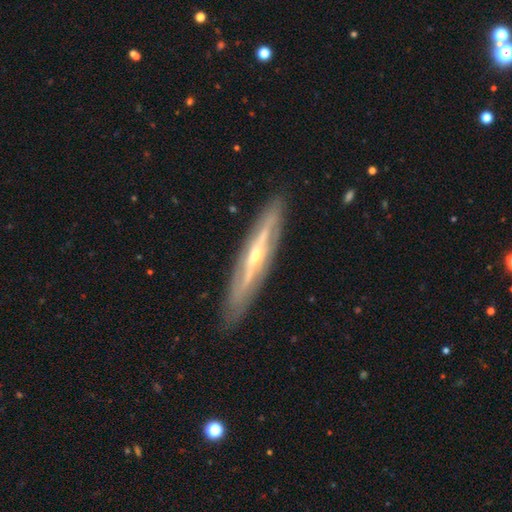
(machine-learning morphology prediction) Smooth or featured? Predicted: featured or disk (p=0.80). Edge-on disk? Predicted: yes (p=0.73). Edge-on bulge? Predicted: rounded (p=0.80). Merging? Predicted: none (p=0.86).